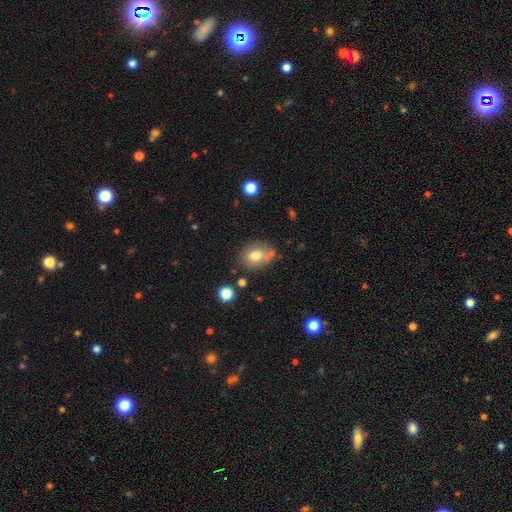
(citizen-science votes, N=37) Volunteers were most divided on "how rounded": in between: 68%, round: 32%, cigar-shaped: 0%. More confident: smooth or featured — smooth (76%); merging — none (71%).